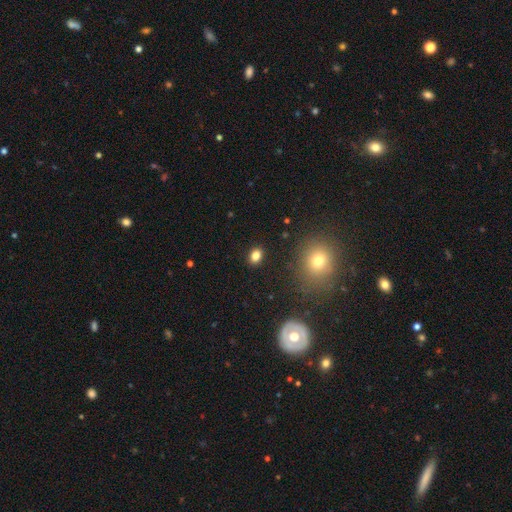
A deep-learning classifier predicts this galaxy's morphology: smooth_or_featured: smooth (p=0.82) [alt: star or artifact p=0.12]
how_rounded: in between (p=0.66) [alt: round p=0.33]
merging: none (p=0.89) [alt: minor disturbance p=0.07]